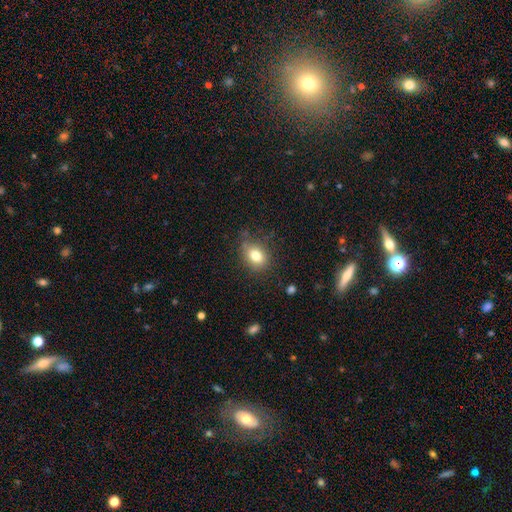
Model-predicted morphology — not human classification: Smooth or featured? smooth (79%)
How rounded? in between (60%)
Merging? none (75%)